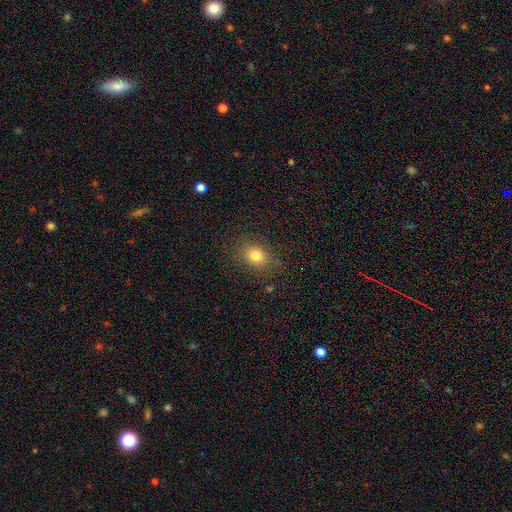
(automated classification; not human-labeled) Q: Smooth or featured?
A: smooth (79%); runner-up: star or artifact (13%)
Q: How rounded?
A: in between (54%); runner-up: round (45%)
Q: Merging?
A: none (83%); runner-up: minor disturbance (12%)